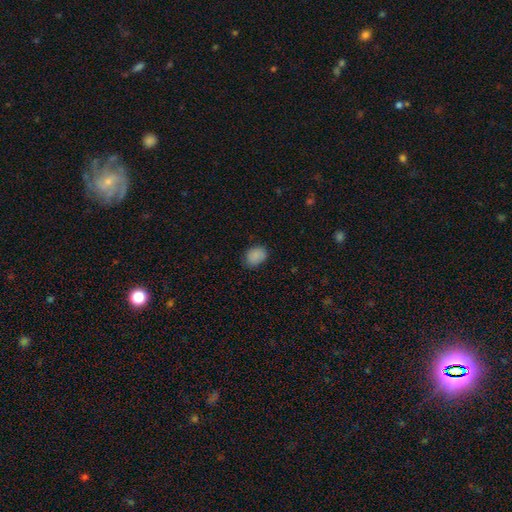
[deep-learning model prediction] This is clearly a smooth galaxy (87%). How rounded: likely in between (65%). Merging: likely none (80%).